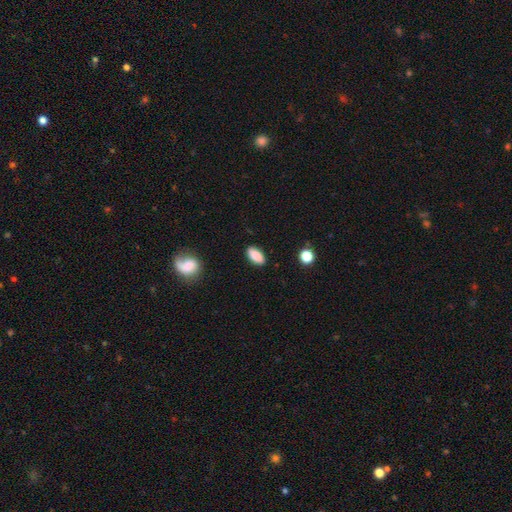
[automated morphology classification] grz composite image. It shows a smooth galaxy with no disk features (87%) that is in between round and cigar-shaped (91%). Merging: none (88%).